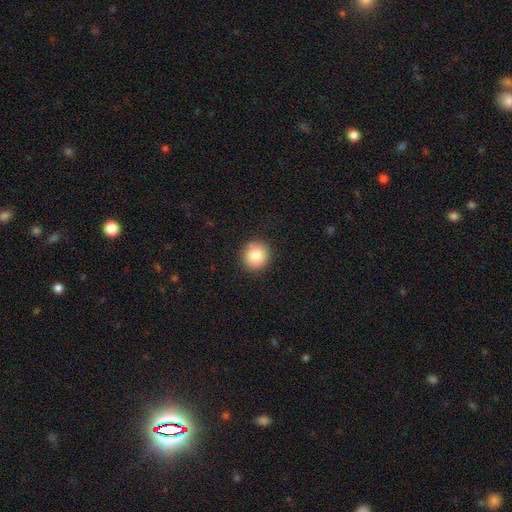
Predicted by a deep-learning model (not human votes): smooth-or-featured: smooth: 82% | star or artifact: 9% | featured or disk: 9%
  how-rounded: round: 92% | in between: 7% | cigar-shaped: 1%
  merging: none: 90% | minor disturbance: 7% | major disturbance: 2% | merger: 1%